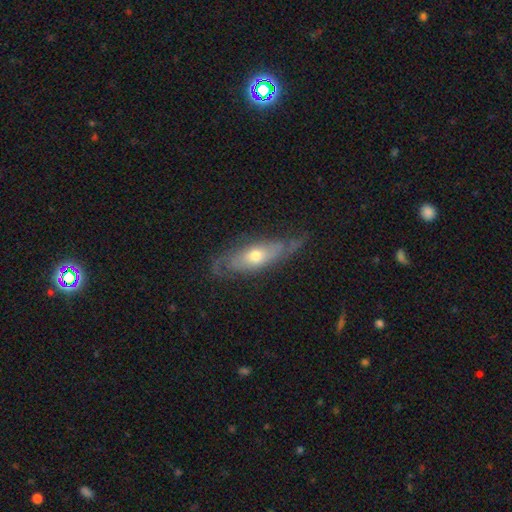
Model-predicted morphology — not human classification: Smooth or featured?
  - featured or disk: 65% *
  - smooth: 29%
  - star or artifact: 6%
Edge-on disk?
  - no: 70% *
  - yes: 30%
Merging?
  - none: 63% *
  - minor disturbance: 24%
  - major disturbance: 11%
  - merger: 2%